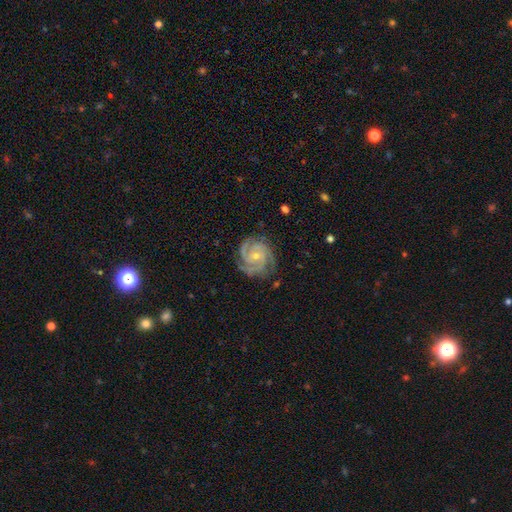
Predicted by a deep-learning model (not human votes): This appears to be a featured or disk galaxy (91%) with no bar (61%), 3 (54%) tight (66%) spiral arms (99%) and a small central bulge (65%). Merging: none (78%).